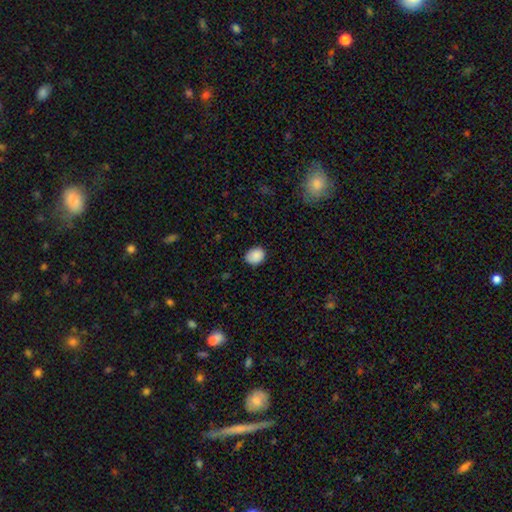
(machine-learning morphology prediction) type=smooth (88%); roundness=round (58%); merging=none (80%).